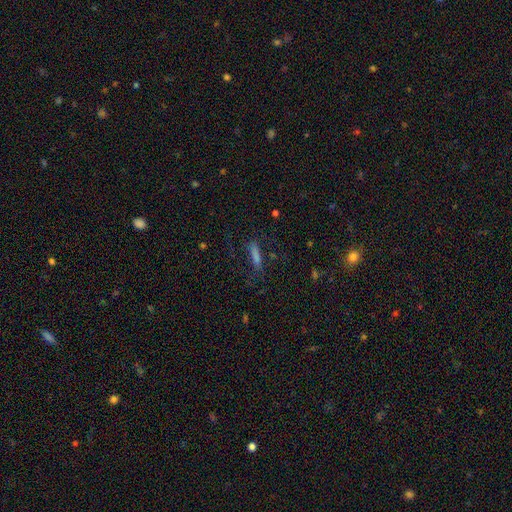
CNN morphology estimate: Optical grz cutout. It shows a smooth galaxy with no disk features (59%) that is cigar-shaped (86%). Merging: none (73%).